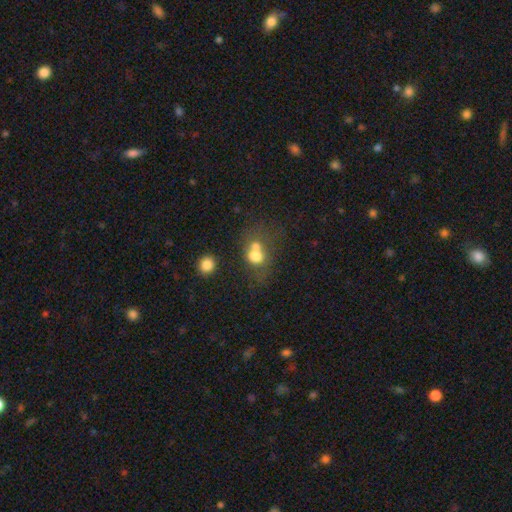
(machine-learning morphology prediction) smooth_or_featured: smooth (p=0.70) [alt: featured or disk p=0.18]
how_rounded: round (p=0.66) [alt: in between p=0.33]
merging: merger (p=0.56) [alt: none p=0.28]